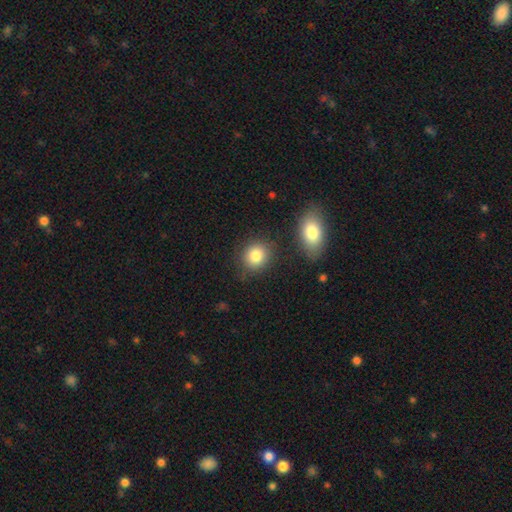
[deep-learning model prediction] smooth 85%, star or artifact 9%, featured or disk 7%. Down the decision tree: how rounded — round (73%); merging — none (80%).